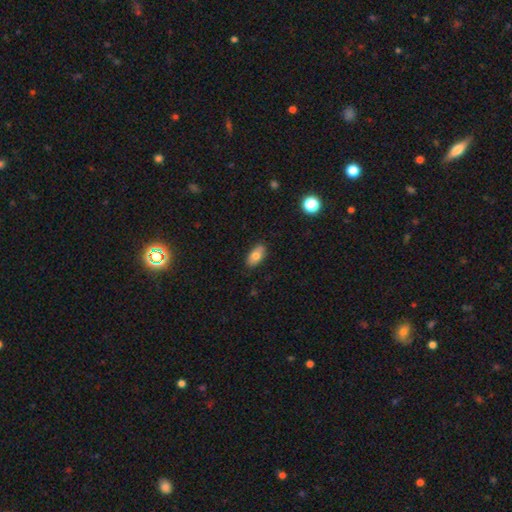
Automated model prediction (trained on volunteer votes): Smooth or featured? Predicted: smooth (p=0.76). How rounded? Predicted: in between (p=0.91). Merging? Predicted: none (p=0.85).